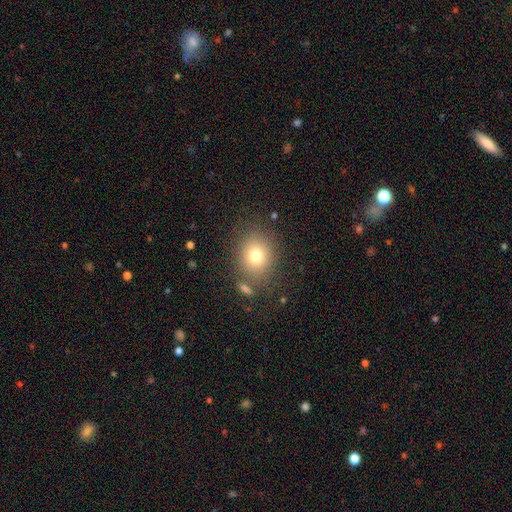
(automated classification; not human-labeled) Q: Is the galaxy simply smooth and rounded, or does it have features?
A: smooth — 76%.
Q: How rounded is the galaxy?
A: round — 64%.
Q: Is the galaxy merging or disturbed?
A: none — 78%.